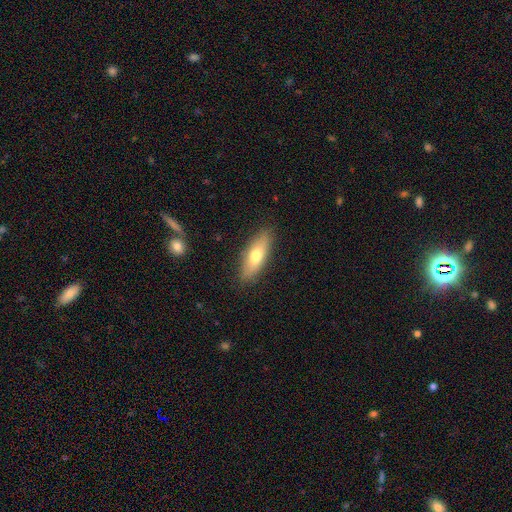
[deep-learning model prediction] smooth 67%, featured or disk 26%, star or artifact 6%. Down the decision tree: how rounded — in between (61%); merging — none (86%).